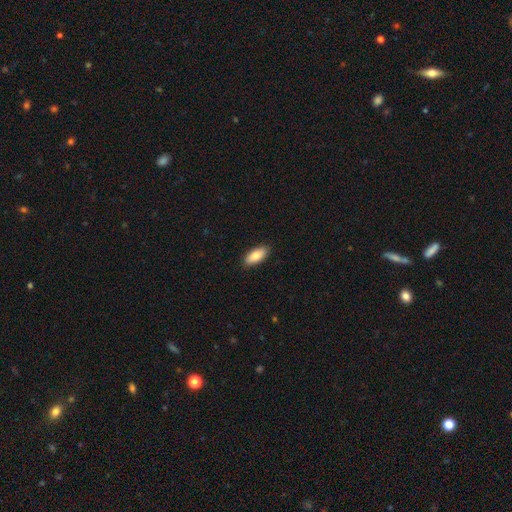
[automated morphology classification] type=smooth (83%); roundness=in between (86%); merging=none (89%).